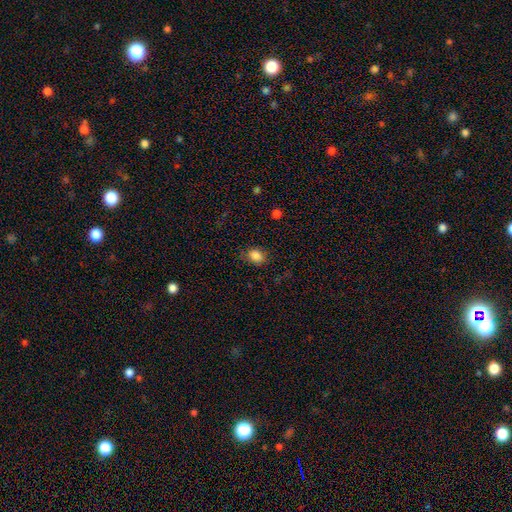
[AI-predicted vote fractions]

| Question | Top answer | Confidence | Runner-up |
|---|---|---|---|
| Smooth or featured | smooth | 84% | star or artifact (10%) |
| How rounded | in between | 57% | round (42%) |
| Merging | none | 75% | minor disturbance (18%) |